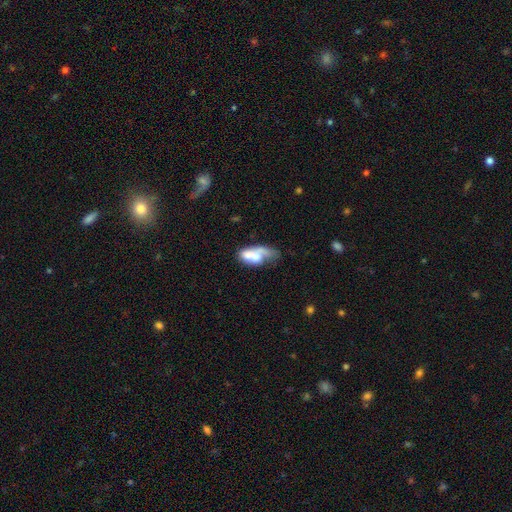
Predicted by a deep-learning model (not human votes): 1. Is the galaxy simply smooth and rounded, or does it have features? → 53% smooth, 39% featured or disk, 8% star or artifact.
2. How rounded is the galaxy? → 81% in between, 12% cigar-shaped, 7% round.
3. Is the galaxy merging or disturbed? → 40% merger, 25% major disturbance, 19% none, 16% minor disturbance.